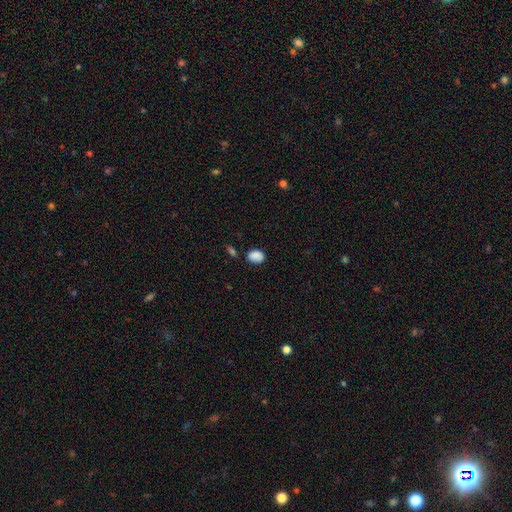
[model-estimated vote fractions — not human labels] smooth_or_featured: smooth (p=0.86) [alt: star or artifact p=0.09]
how_rounded: in between (p=0.81) [alt: round p=0.18]
merging: none (p=0.72) [alt: minor disturbance p=0.18]